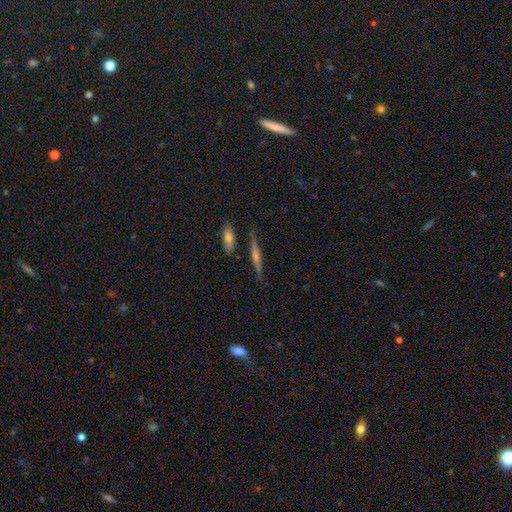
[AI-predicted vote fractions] This is likely a featured or disk galaxy (70%). It is clearly viewed edge-on (97%). Edge-on bulge: clearly rounded (82%). Merging: clearly none (85%).